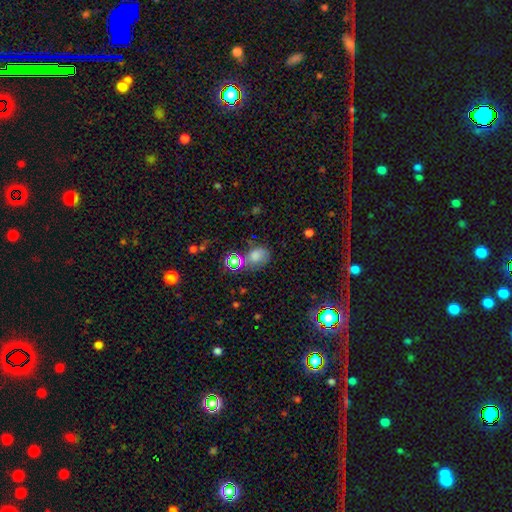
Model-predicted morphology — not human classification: This appears to be a smooth galaxy with no disk features (72%) that is in between round and cigar-shaped (59%). Merging: none (56%).